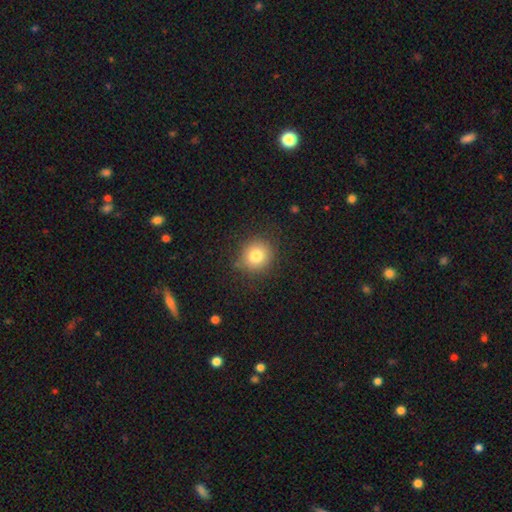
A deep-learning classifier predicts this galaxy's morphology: Smooth or featured: smooth — 80% (star or artifact — 11%)
How rounded: round — 87% (in between — 12%)
Merging: none — 85% (minor disturbance — 11%)